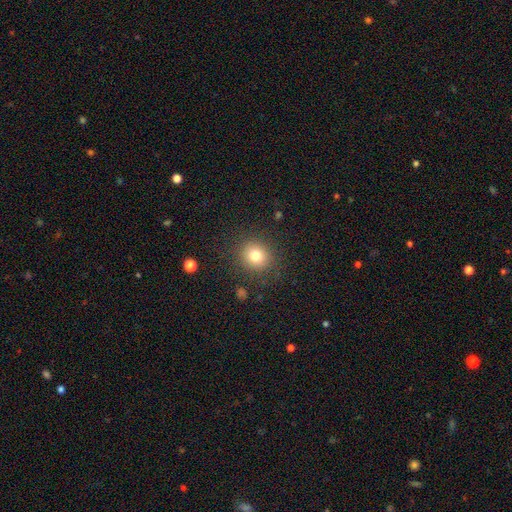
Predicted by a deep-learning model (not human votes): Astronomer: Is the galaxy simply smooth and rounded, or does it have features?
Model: smooth — 79%.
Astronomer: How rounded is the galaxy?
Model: round — 84%.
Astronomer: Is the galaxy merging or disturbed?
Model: none — 87%.